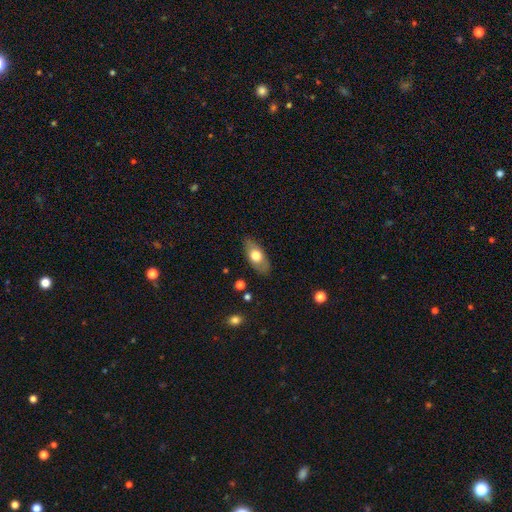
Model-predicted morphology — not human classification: A smooth galaxy with no disk features (66%) that is in between round and cigar-shaped (85%). Merging: none (82%).